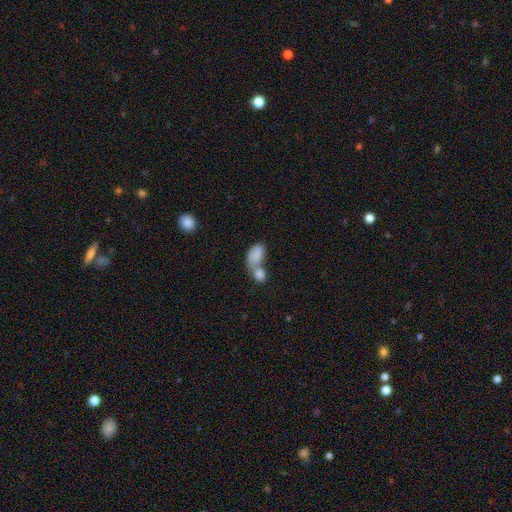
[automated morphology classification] Smooth or featured?
  - smooth: 81% *
  - featured or disk: 12%
  - star or artifact: 7%
How rounded?
  - in between: 89% *
  - round: 8%
  - cigar-shaped: 3%
Merging?
  - merger: 69% *
  - none: 16%
  - minor disturbance: 8%
  - major disturbance: 7%